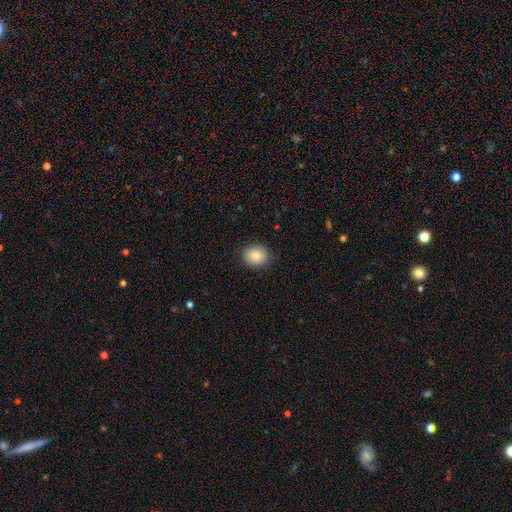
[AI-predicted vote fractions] Smooth or featured: smooth — 83% (star or artifact — 9%)
How rounded: round — 66% (in between — 33%)
Merging: none — 89% (minor disturbance — 8%)